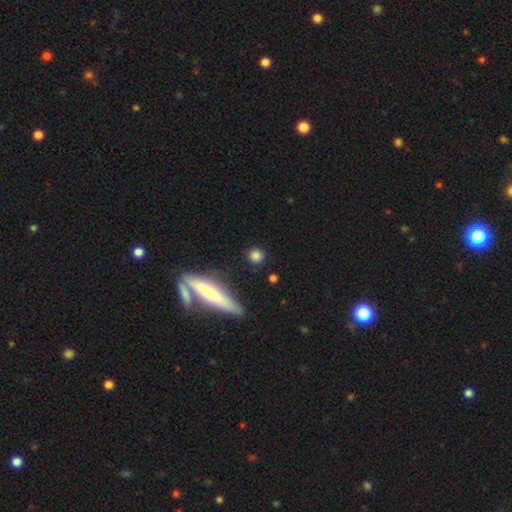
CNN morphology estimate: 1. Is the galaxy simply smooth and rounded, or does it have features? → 79% smooth, 11% star or artifact, 10% featured or disk.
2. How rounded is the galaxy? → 85% round, 9% in between, 6% cigar-shaped.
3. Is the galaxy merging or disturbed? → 85% none, 8% minor disturbance, 3% merger, 3% major disturbance.